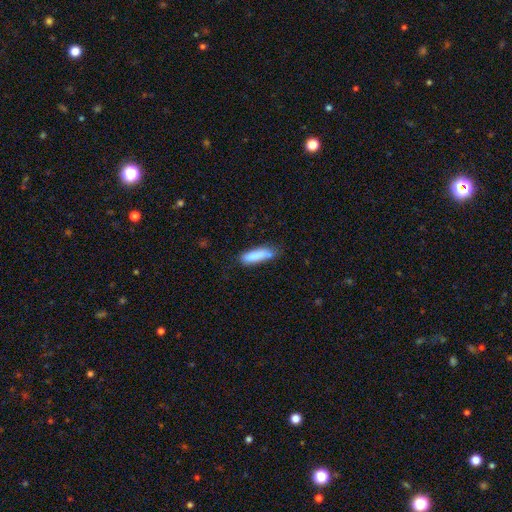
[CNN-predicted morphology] Smooth or featured?
  - smooth: 84% *
  - featured or disk: 9%
  - star or artifact: 7%
How rounded?
  - cigar-shaped: 62% *
  - in between: 37%
  - round: 2%
Merging?
  - none: 59% *
  - minor disturbance: 28%
  - major disturbance: 7%
  - merger: 6%